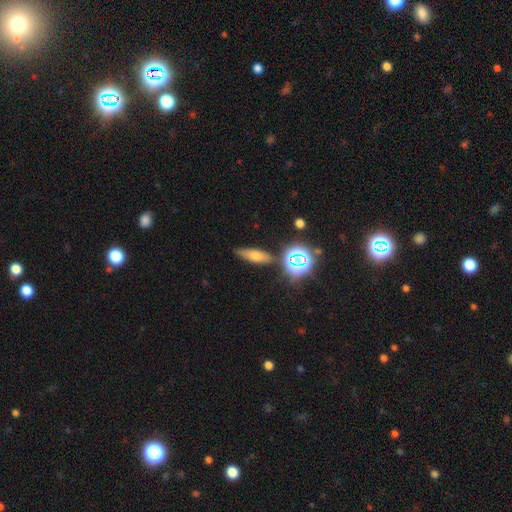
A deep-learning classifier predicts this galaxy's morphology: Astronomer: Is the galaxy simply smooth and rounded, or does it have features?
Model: smooth — 53%.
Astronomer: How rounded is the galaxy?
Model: in between — 49% (runner-up: cigar-shaped, 41%).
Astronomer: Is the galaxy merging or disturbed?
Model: none — 79%.